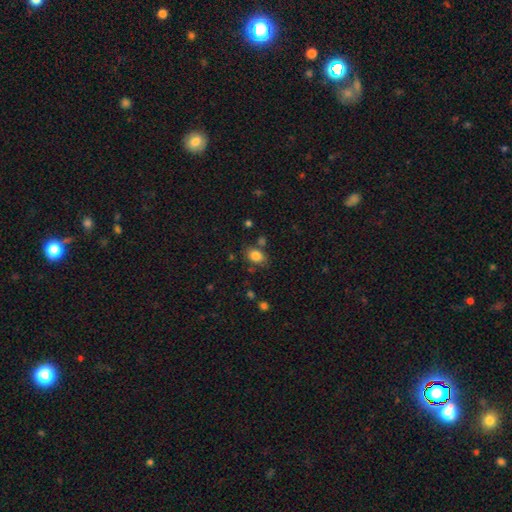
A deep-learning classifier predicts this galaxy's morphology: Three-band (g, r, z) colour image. It shows a smooth galaxy with no disk features (83%) that is in between round and cigar-shaped (74%). Merging: none (73%).